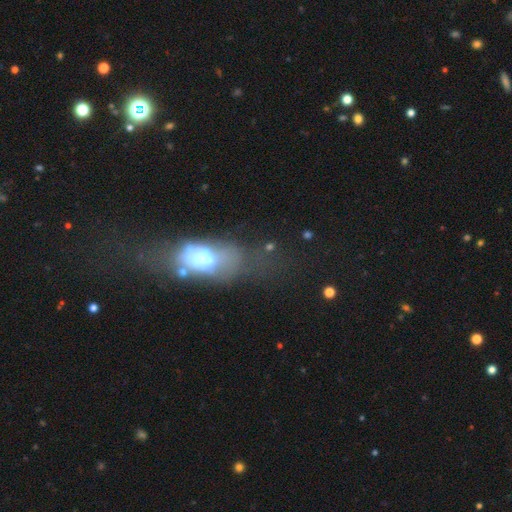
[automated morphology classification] smooth-or-featured: featured or disk: 42% | smooth: 39% | star or artifact: 20%
  merging: none: 62% | minor disturbance: 18% | major disturbance: 15% | merger: 4%